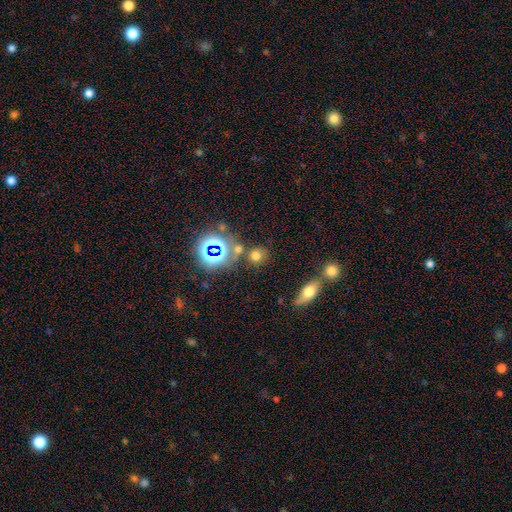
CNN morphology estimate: type=smooth (66%); roundness=round (79%); merging=none (72%).